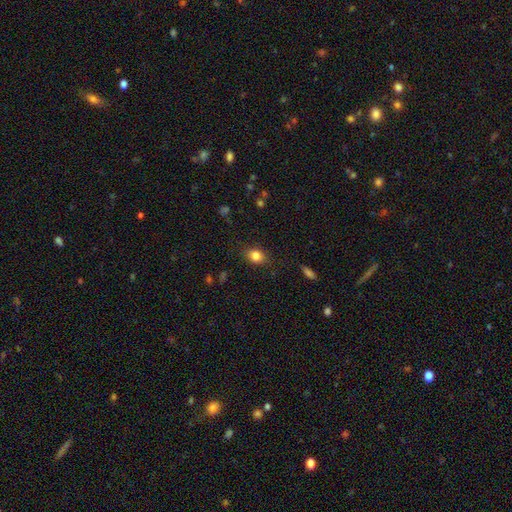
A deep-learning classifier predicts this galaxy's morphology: Smooth or featured? Predicted: smooth (p=0.82). How rounded? Predicted: in between (p=0.58). Merging? Predicted: none (p=0.83).